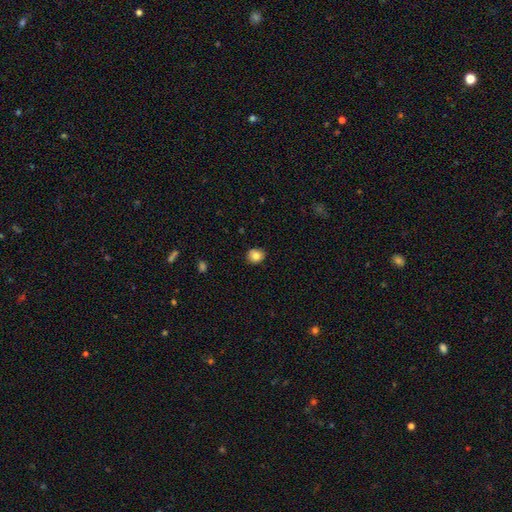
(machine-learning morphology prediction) Smooth or featured: smooth — 82% (star or artifact — 10%)
How rounded: round — 77% (in between — 23%)
Merging: none — 87% (minor disturbance — 10%)